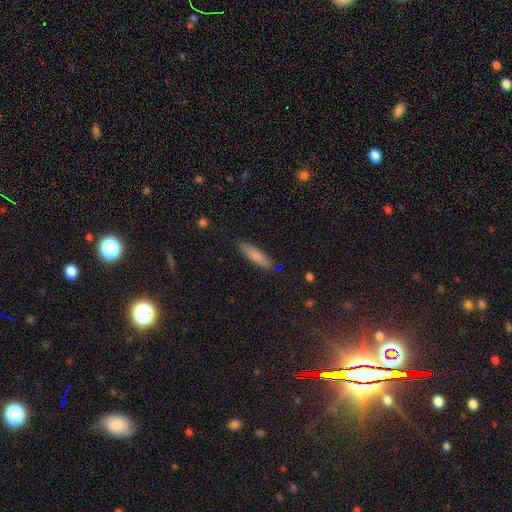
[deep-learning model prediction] Smooth or featured? Predicted: smooth (p=0.82). How rounded? Predicted: cigar-shaped (p=0.76). Merging? Predicted: none (p=0.86).